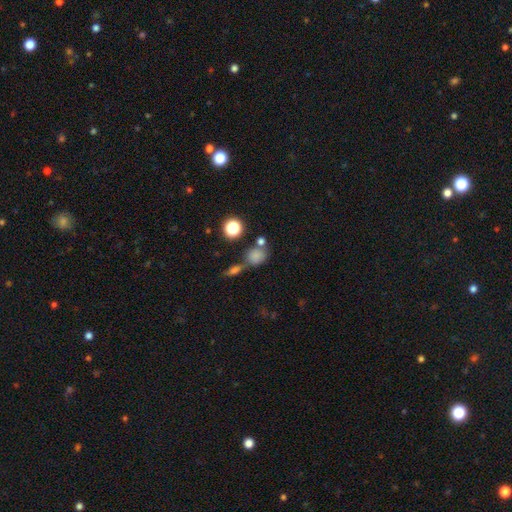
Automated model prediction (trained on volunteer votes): smooth-or-featured: smooth: 76% | star or artifact: 16% | featured or disk: 8%
  how-rounded: round: 67% | in between: 31% | cigar-shaped: 2%
  merging: none: 52% | merger: 29% | minor disturbance: 13% | major disturbance: 6%